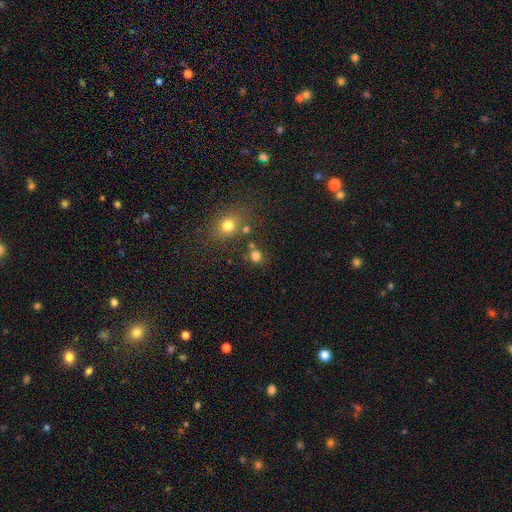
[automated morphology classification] A smooth galaxy with no disk features (76%) that is round (82%). Merging: none (71%).